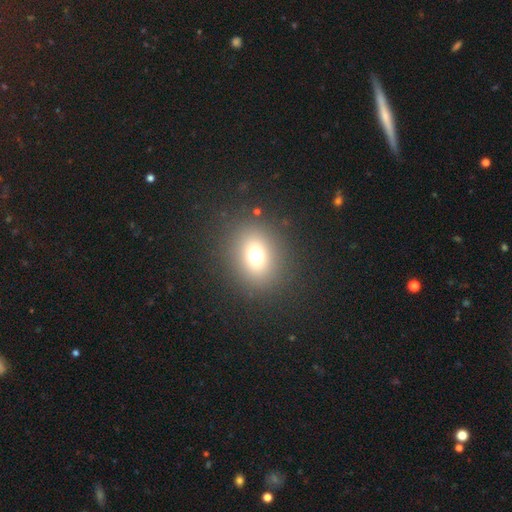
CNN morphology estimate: Q: Smooth or featured?
A: smooth (68%); runner-up: star or artifact (21%)
Q: How rounded?
A: round (68%); runner-up: in between (31%)
Q: Merging?
A: none (86%); runner-up: minor disturbance (7%)